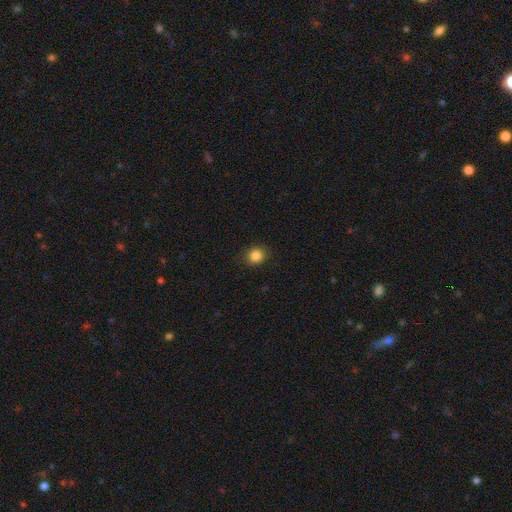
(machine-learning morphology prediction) This is clearly a smooth galaxy (85%). How rounded: likely round (80%). Merging: clearly none (89%).